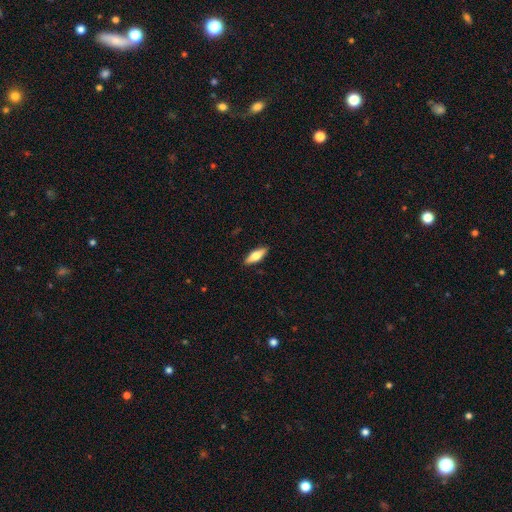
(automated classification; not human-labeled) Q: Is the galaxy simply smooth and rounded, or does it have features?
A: smooth — 63%.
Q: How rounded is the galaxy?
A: in between — 57%.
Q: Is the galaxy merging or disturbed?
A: none — 89%.